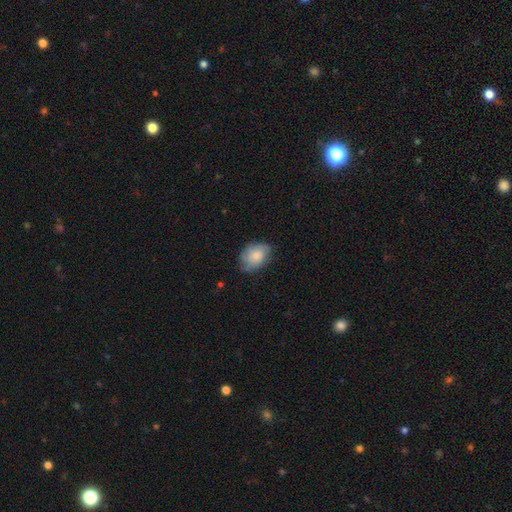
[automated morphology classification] smooth 76%, featured or disk 17%, star or artifact 7%. Down the decision tree: how rounded — in between (71%); merging — none (66%).